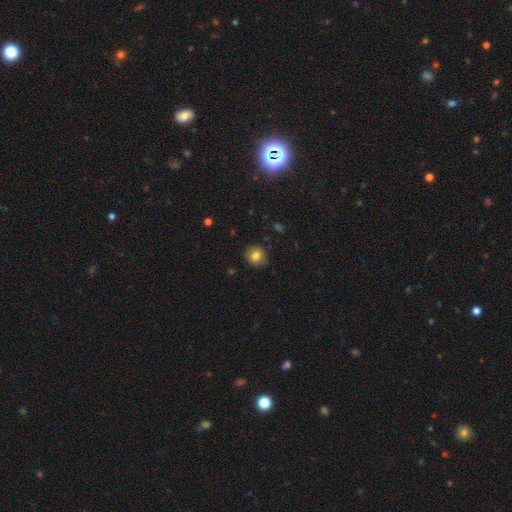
Overall: smooth (85%). How rounded: round (85%). Merging: none (82%).